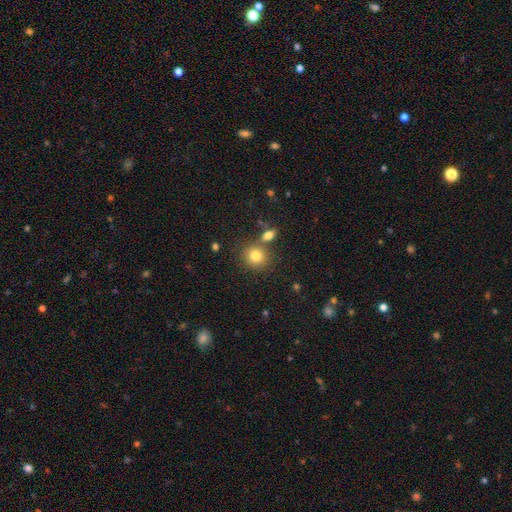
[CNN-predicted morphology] A smooth galaxy with no disk features (80%) that is round (83%).

Vote fractions:
- Smooth or featured? smooth: 80% / star or artifact: 11% / featured or disk: 9%
- How rounded? round: 83% / in between: 16% / cigar-shaped: 1%
- Merging? none: 67% / merger: 20% / minor disturbance: 9% / major disturbance: 3%